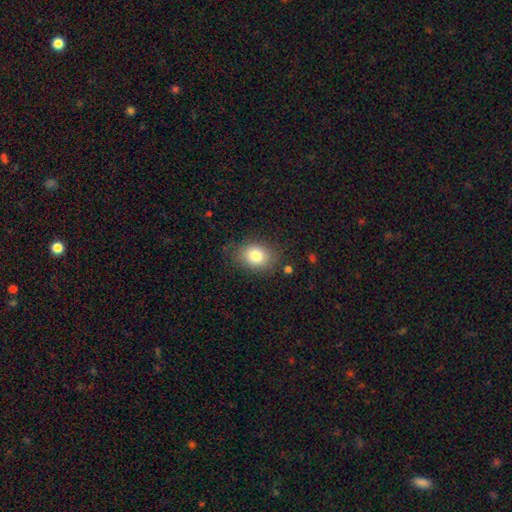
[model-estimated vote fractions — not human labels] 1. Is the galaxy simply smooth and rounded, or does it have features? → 81% smooth, 10% star or artifact, 9% featured or disk.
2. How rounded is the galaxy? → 56% in between, 43% round, 1% cigar-shaped.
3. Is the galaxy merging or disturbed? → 80% none, 14% minor disturbance, 4% major disturbance, 2% merger.